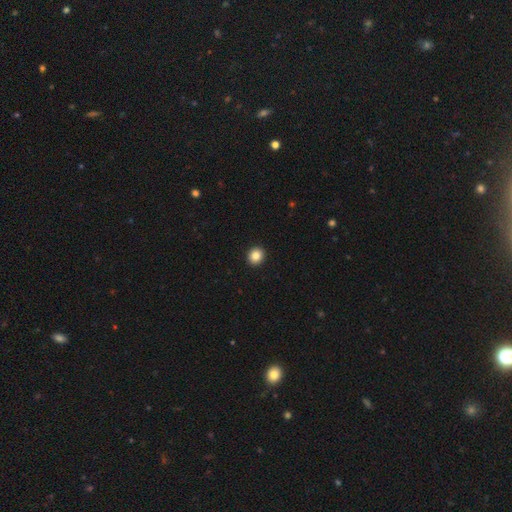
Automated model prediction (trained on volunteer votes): The model was most divided on "smooth or featured": smooth: 85%, star or artifact: 10%, featured or disk: 5%. More confident: merging — none (94%); how rounded — round (88%).